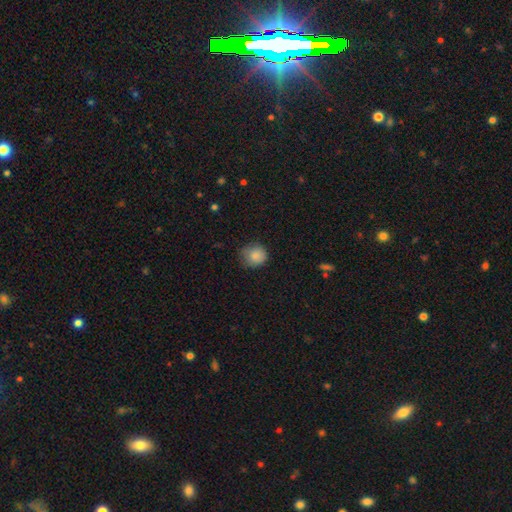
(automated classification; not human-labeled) The model was most divided on "merging": none: 70%, minor disturbance: 24%, major disturbance: 5%, merger: 1%. More confident: smooth or featured — smooth (85%); how rounded — round (81%).